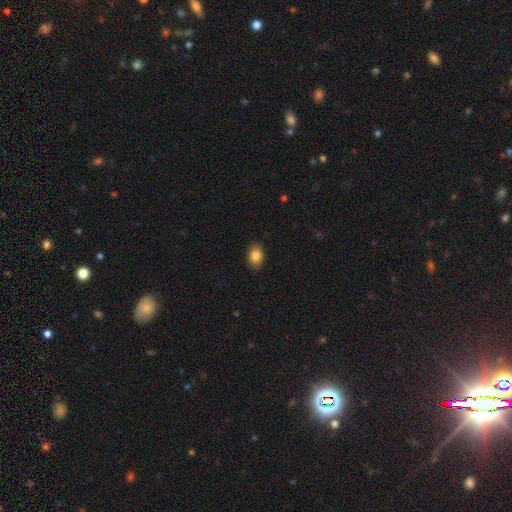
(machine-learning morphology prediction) Q: Smooth or featured?
A: smooth (86%); runner-up: star or artifact (8%)
Q: How rounded?
A: in between (76%); runner-up: round (23%)
Q: Merging?
A: none (88%); runner-up: minor disturbance (9%)